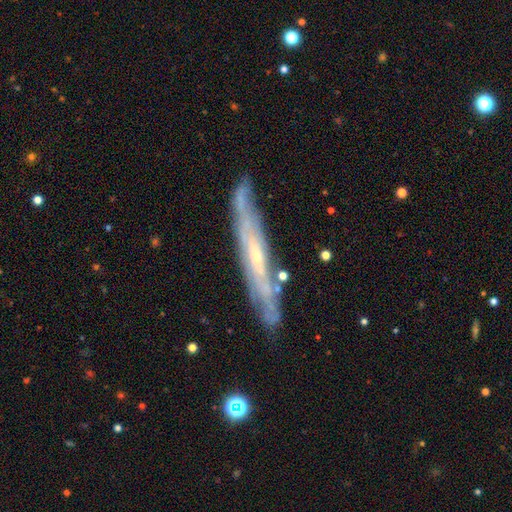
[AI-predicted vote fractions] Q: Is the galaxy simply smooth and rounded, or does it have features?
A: featured or disk — 76%.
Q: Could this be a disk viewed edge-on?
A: yes — 67%.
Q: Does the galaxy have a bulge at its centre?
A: none — 51%.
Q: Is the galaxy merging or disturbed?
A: none — 75%.